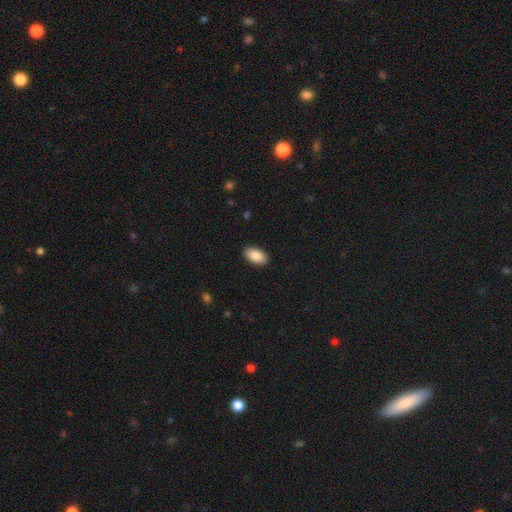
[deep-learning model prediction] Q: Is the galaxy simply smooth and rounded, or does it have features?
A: smooth — 88%.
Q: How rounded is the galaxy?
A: in between — 95%.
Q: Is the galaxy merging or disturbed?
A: none — 90%.